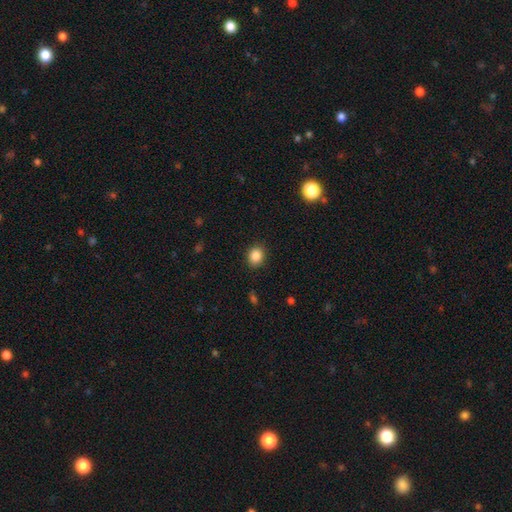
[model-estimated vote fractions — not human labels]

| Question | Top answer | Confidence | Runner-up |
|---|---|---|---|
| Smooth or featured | smooth | 87% | star or artifact (10%) |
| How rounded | round | 61% | in between (38%) |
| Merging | none | 89% | minor disturbance (8%) |